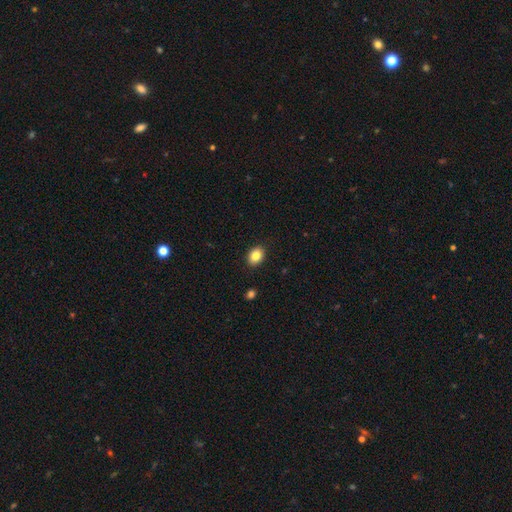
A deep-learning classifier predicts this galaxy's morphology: smooth_or_featured: smooth (p=0.84) [alt: star or artifact p=0.09]
how_rounded: in between (p=0.68) [alt: round p=0.31]
merging: none (p=0.89) [alt: minor disturbance p=0.08]